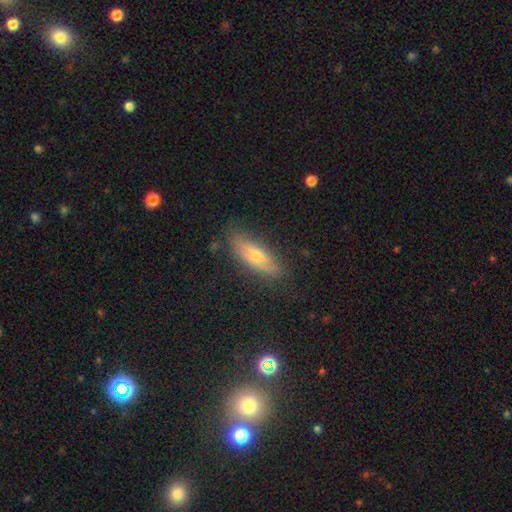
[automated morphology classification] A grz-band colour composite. It shows a smooth galaxy with no disk features (52%) that is cigar-shaped (50%). Merging: none (81%).